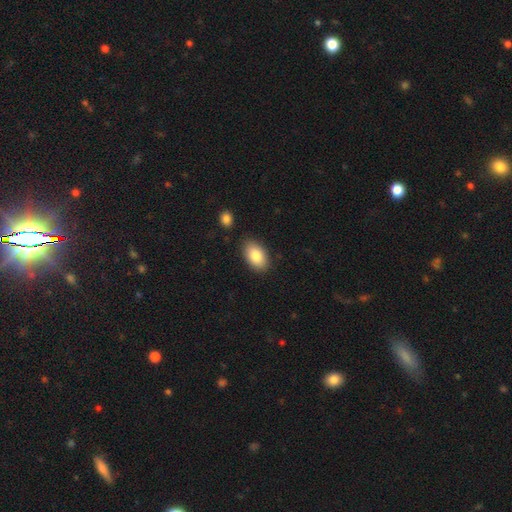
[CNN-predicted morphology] Smooth or featured? Predicted: smooth (p=0.84). How rounded? Predicted: in between (p=0.92). Merging? Predicted: none (p=0.86).